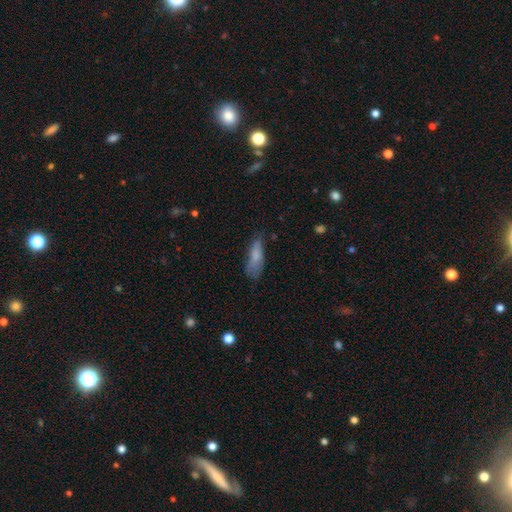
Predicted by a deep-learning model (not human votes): A smooth galaxy with no disk features (77%) that is in between round and cigar-shaped (53%). Merging: none (56%).